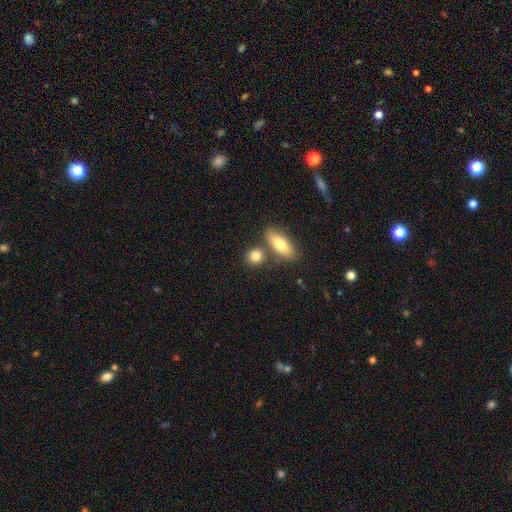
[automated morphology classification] Overall: smooth (83%). How rounded: round (63%; in between 30%). Merging: none (67%).